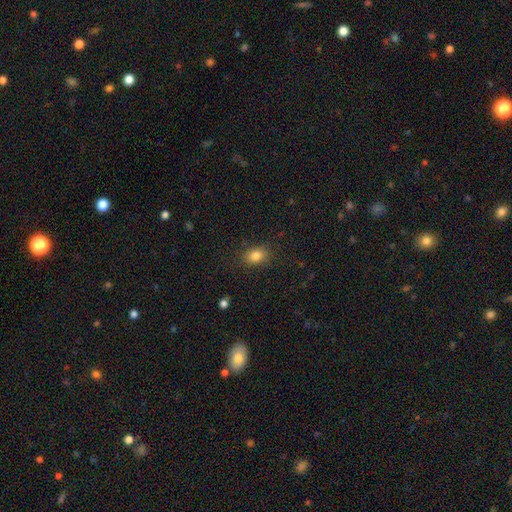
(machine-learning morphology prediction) Smooth or featured: smooth — 83% (star or artifact — 11%)
How rounded: in between — 74% (round — 24%)
Merging: none — 83% (minor disturbance — 12%)